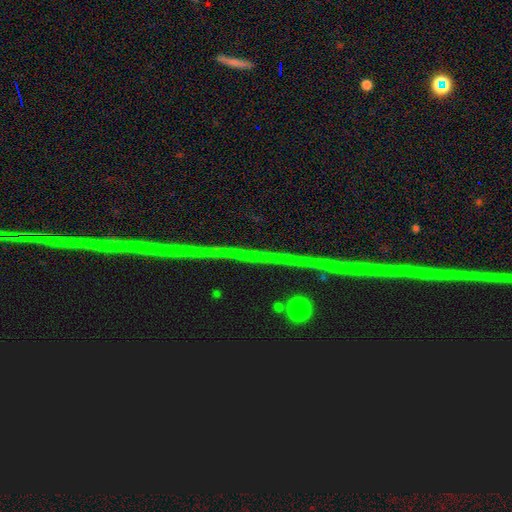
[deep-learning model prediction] Overall: star or artifact (89%).